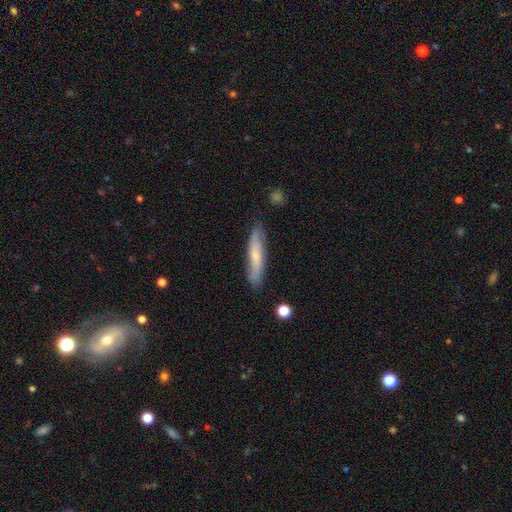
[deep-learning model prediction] A smooth galaxy with no disk features (53%) that is cigar-shaped (85%).

Vote fractions:
- Smooth or featured? smooth: 53% / featured or disk: 41% / star or artifact: 6%
- How rounded? cigar-shaped: 85% / in between: 13% / round: 2%
- Merging? none: 81% / minor disturbance: 15% / major disturbance: 3% / merger: 2%